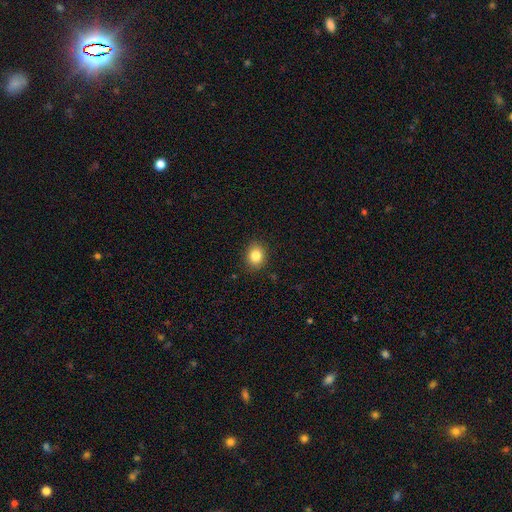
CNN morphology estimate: Smooth or featured: smooth — 84% (star or artifact — 10%)
How rounded: round — 60% (in between — 39%)
Merging: none — 90% (minor disturbance — 7%)